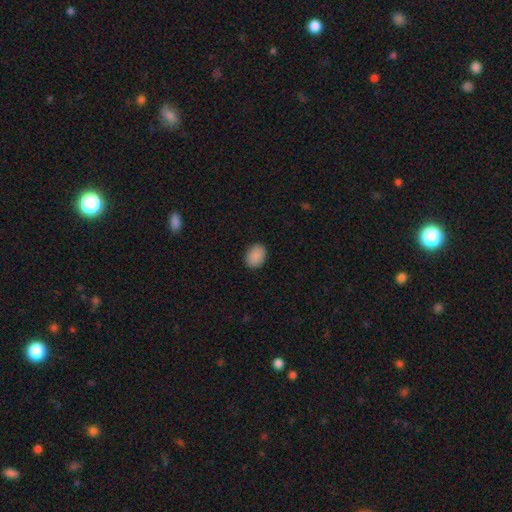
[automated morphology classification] smooth 89%, star or artifact 8%, featured or disk 3%. Down the decision tree: how rounded — in between (70%); merging — none (89%).